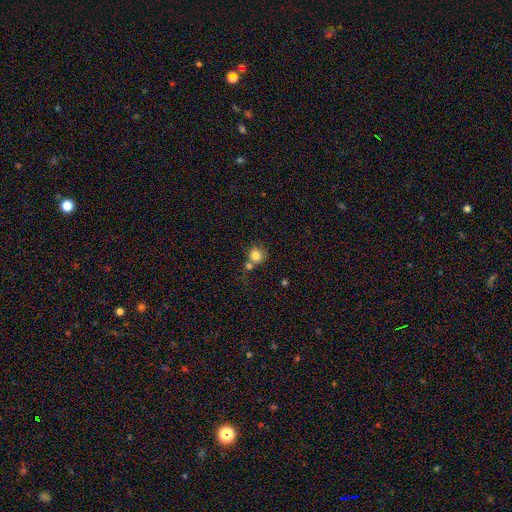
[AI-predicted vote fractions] A smooth galaxy with no disk features (81%) that is round (89%). Merging: none (50%).